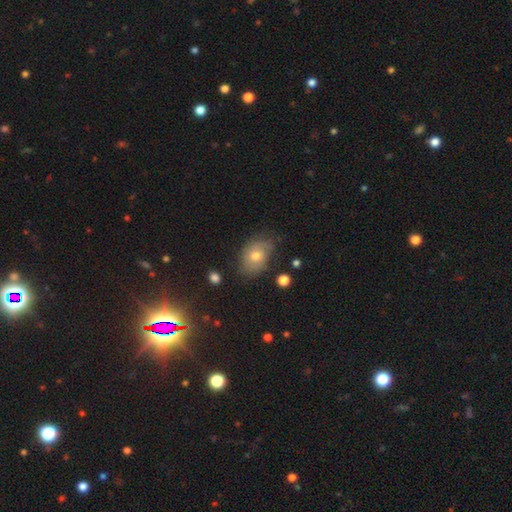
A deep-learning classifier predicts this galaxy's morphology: Smooth or featured? smooth (59%)
How rounded? in between (76%)
Merging? none (61%)